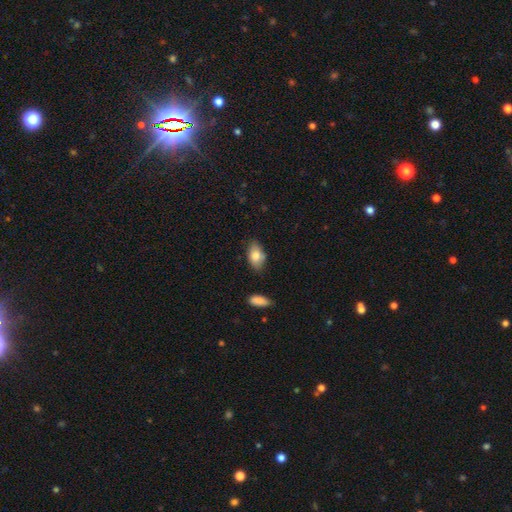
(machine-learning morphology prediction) A smooth galaxy with no disk features (78%) that is in between round and cigar-shaped (91%). Merging: none (76%).